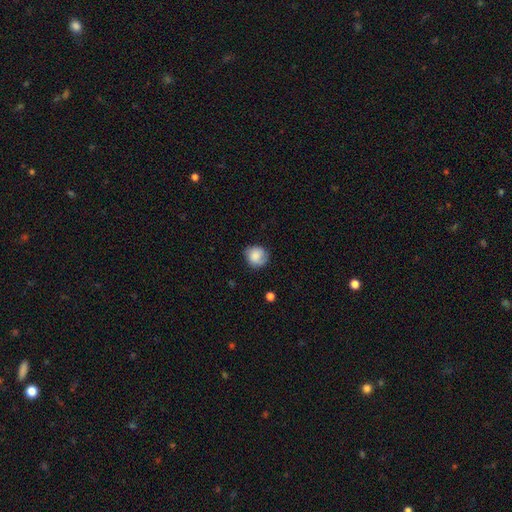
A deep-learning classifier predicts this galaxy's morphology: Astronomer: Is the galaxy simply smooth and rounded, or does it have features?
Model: smooth — 80%.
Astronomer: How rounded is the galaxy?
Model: round — 86%.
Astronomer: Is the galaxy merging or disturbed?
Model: none — 75%.